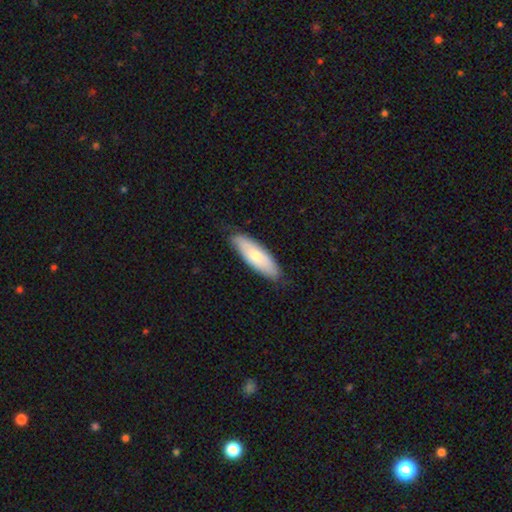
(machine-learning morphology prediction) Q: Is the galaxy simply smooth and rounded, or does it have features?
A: smooth — 68%.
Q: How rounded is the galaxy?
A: in between — 61%.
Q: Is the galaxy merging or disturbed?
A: none — 81%.